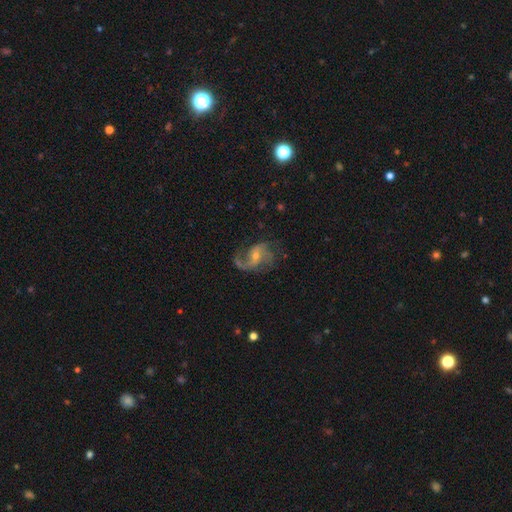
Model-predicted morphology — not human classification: smooth_or_featured: featured or disk (p=0.85) [alt: smooth p=0.09]
disk_edge_on: no (p=0.98) [alt: yes p=0.02]
bar: weak (p=0.44) [alt: no p=0.42]
has_spiral_arms: yes (p=0.95) [alt: no p=0.05]
spiral_winding: loose (p=0.49) [alt: medium p=0.41]
spiral_arm_count: 2 (p=0.65) [alt: 1 p=0.14]
bulge_size: small (p=0.60) [alt: moderate p=0.34]
merging: none (p=0.59) [alt: minor disturbance p=0.20]